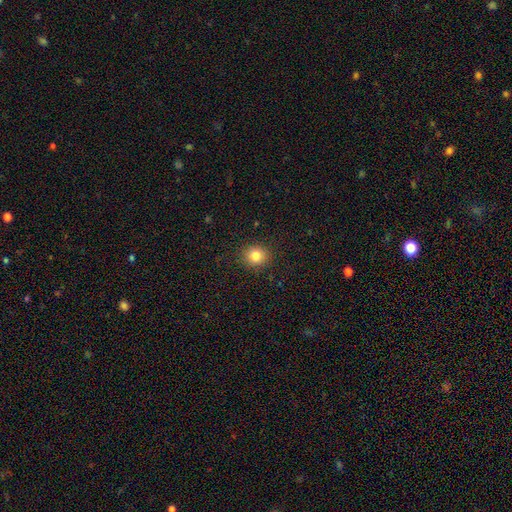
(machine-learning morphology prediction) smooth-or-featured: smooth: 83% | star or artifact: 11% | featured or disk: 6%
  how-rounded: round: 85% | in between: 14% | cigar-shaped: 1%
  merging: none: 90% | minor disturbance: 7% | major disturbance: 2% | merger: 1%